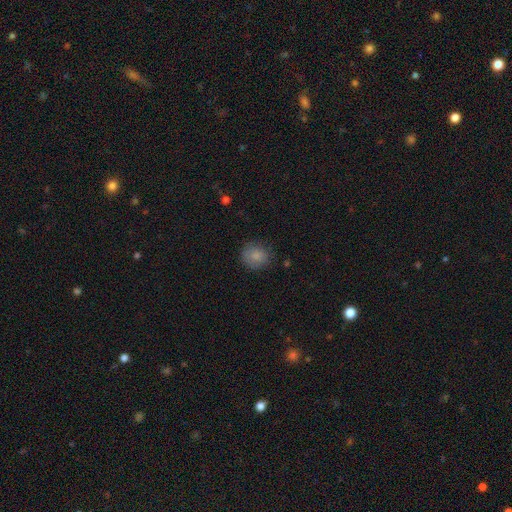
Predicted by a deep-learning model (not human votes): Smooth or featured: smooth — 83% (star or artifact — 9%)
How rounded: round — 85% (in between — 15%)
Merging: none — 80% (minor disturbance — 15%)